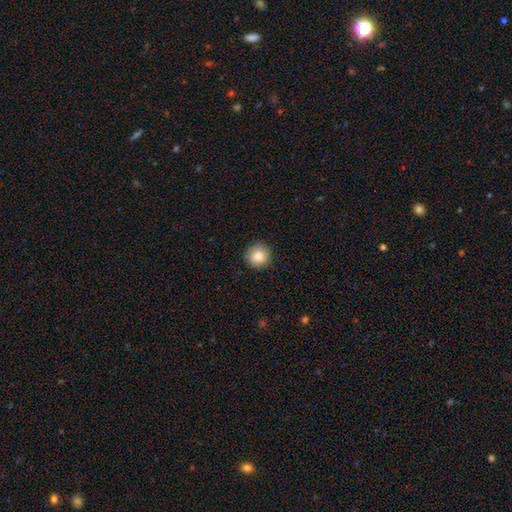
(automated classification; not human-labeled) This appears to be a smooth galaxy with no disk features (84%) that is round (94%). Merging: none (89%).